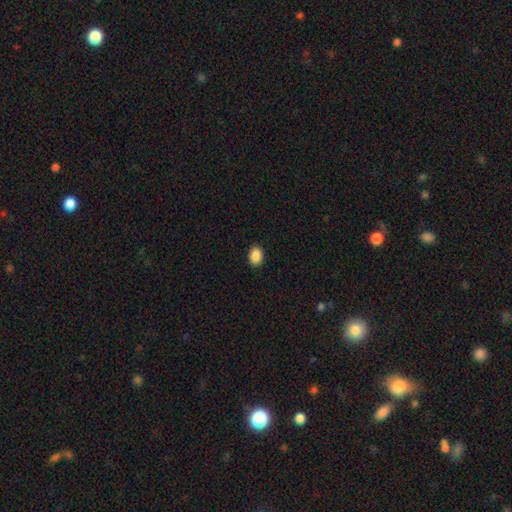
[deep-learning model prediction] The model was most divided on "how rounded": in between: 68%, round: 31%, cigar-shaped: 1%. More confident: merging — none (91%); smooth or featured — smooth (89%).